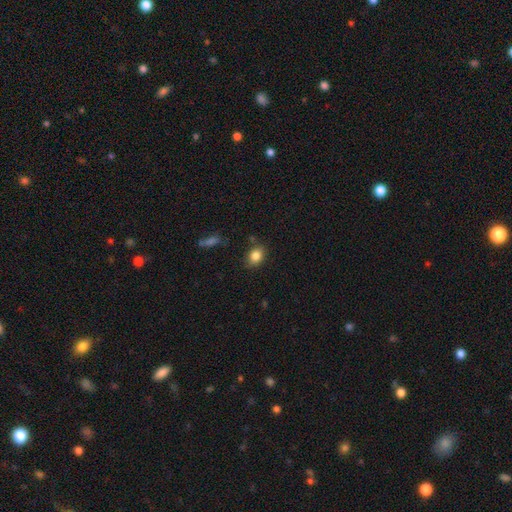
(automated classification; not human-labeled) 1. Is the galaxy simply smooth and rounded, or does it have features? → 84% smooth, 9% star or artifact, 6% featured or disk.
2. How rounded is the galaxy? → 61% in between, 38% round, 1% cigar-shaped.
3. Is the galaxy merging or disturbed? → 79% none, 14% minor disturbance, 3% major disturbance, 3% merger.